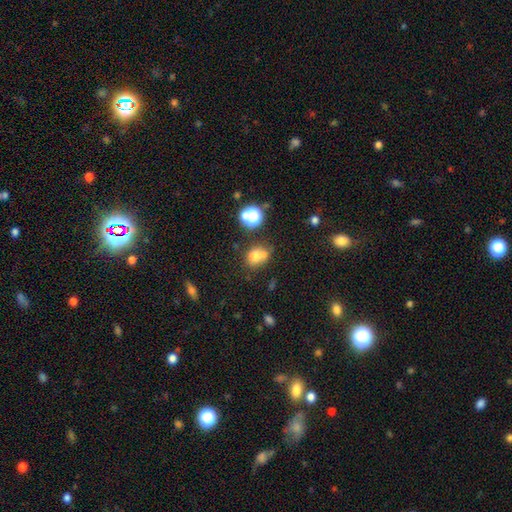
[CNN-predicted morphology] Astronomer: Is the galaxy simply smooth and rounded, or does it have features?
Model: smooth — 69%.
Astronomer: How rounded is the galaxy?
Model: round — 55% (runner-up: in between, 43%).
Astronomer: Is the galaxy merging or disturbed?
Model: none — 43% (runner-up: merger, 35%).